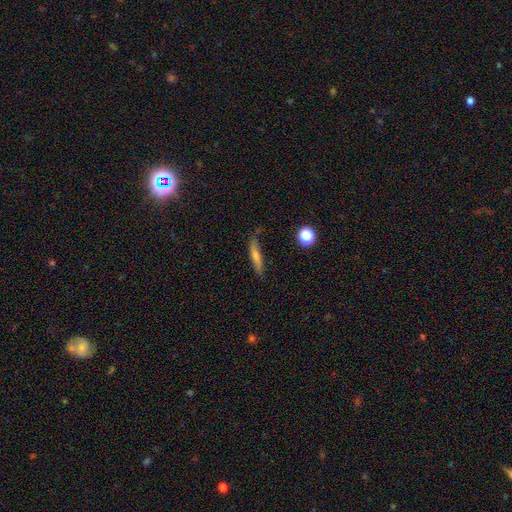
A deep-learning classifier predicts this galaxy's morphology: A smooth galaxy with no disk features (58%) that is cigar-shaped (85%). Merging: none (71%).